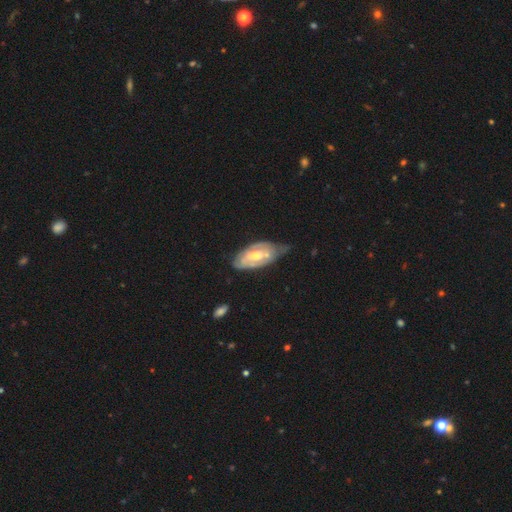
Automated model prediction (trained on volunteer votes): featured or disk 70%, smooth 24%, star or artifact 5%. Down the decision tree: edge-on disk — no (90%); bar — no (46%); spiral arms — yes (69%); bulge size — moderate (65%); merging — minor disturbance (41%).